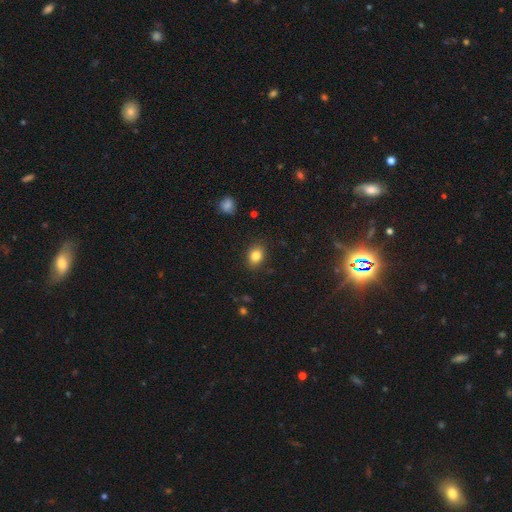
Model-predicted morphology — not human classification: type=smooth (84%); roundness=in between (60%); merging=none (86%).